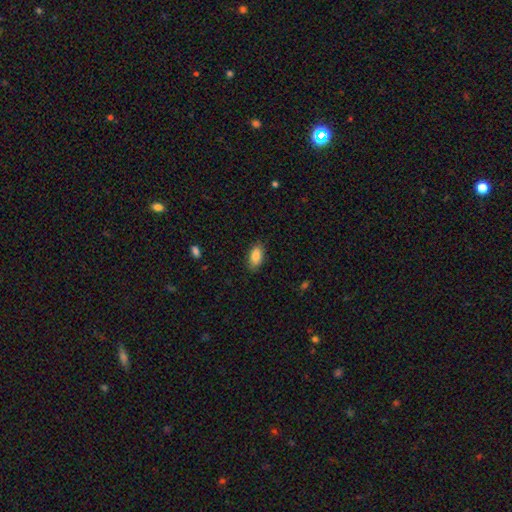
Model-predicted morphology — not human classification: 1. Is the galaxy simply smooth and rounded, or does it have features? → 85% smooth, 8% featured or disk, 7% star or artifact.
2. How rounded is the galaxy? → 91% in between, 6% cigar-shaped, 3% round.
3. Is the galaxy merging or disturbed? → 84% none, 12% minor disturbance, 3% major disturbance, 1% merger.